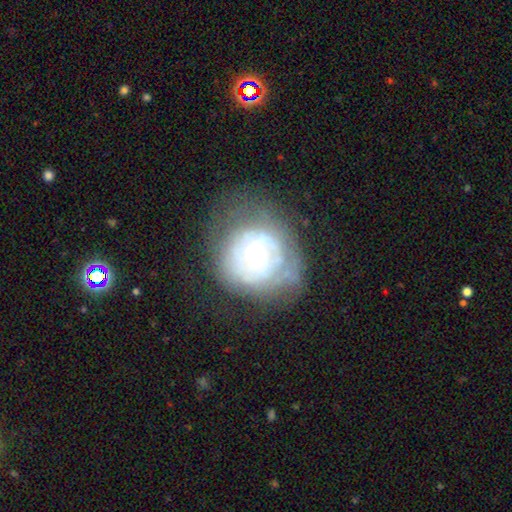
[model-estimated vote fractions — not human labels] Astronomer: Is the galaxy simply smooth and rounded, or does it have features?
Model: featured or disk — 70%.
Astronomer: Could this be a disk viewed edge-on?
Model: no — 97%.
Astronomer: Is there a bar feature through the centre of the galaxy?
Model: no — 80%.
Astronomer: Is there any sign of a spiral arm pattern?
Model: yes — 60% (runner-up: no, 40%).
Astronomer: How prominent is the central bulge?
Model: moderate — 63%.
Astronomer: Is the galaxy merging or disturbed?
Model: none — 59%.